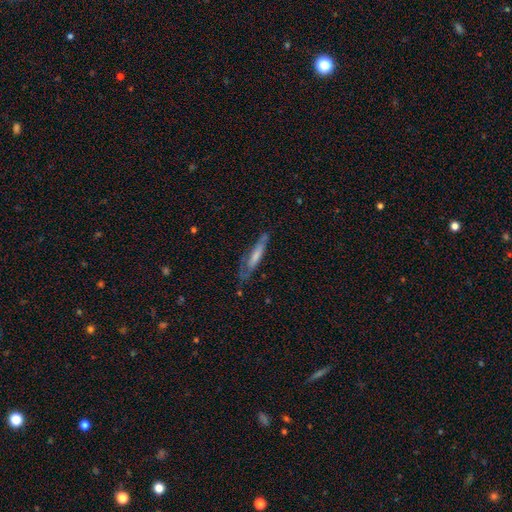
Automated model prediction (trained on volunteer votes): Overall: featured or disk (50%; smooth 42%). Edge-on disk: yes (65%; no 35%). Merging: none (65%).